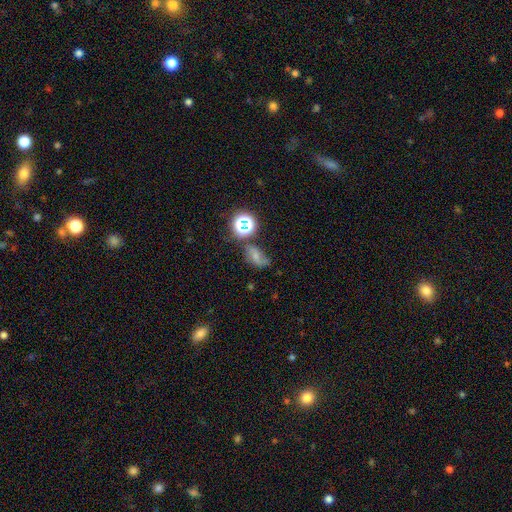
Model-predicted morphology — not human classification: Q: Smooth or featured?
A: smooth (40%); runner-up: featured or disk (35%)
Q: Merging?
A: none (51%); runner-up: minor disturbance (26%)